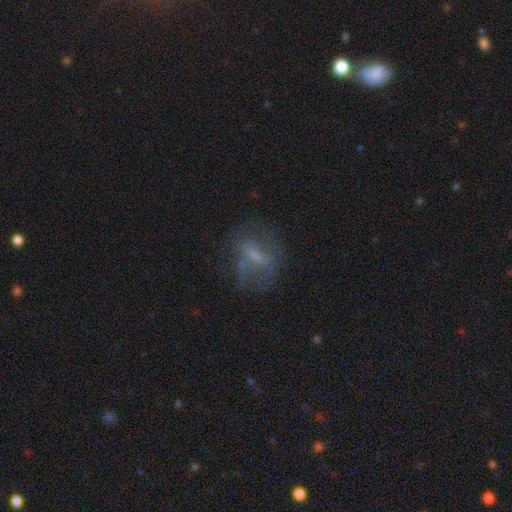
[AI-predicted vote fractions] Overall: featured or disk (51%; smooth 35%). Edge-on disk: no (91%). Merging: none (55%; major disturbance 22%).